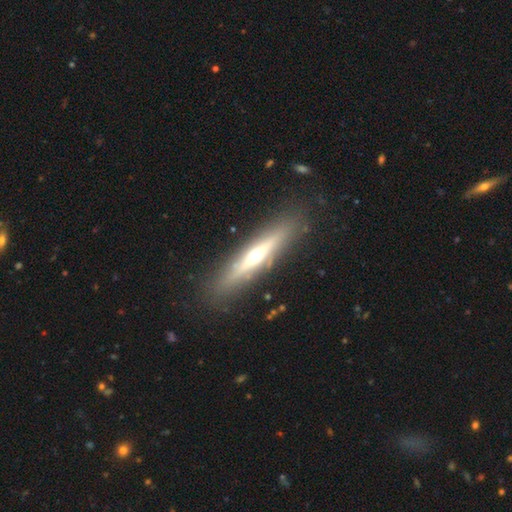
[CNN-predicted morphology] Smooth or featured? featured or disk (67%)
Edge-on disk? yes (91%)
Edge-on bulge? rounded (86%)
Merging? none (86%)